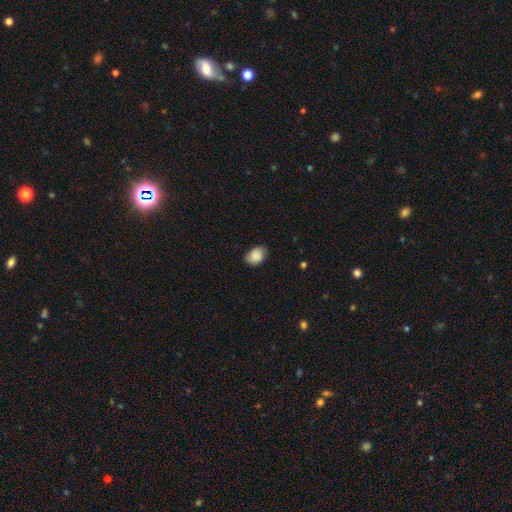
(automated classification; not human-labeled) smooth-or-featured: smooth: 89% | star or artifact: 7% | featured or disk: 4%
  how-rounded: in between: 72% | round: 27% | cigar-shaped: 1%
  merging: none: 82% | minor disturbance: 14% | major disturbance: 3% | merger: 1%